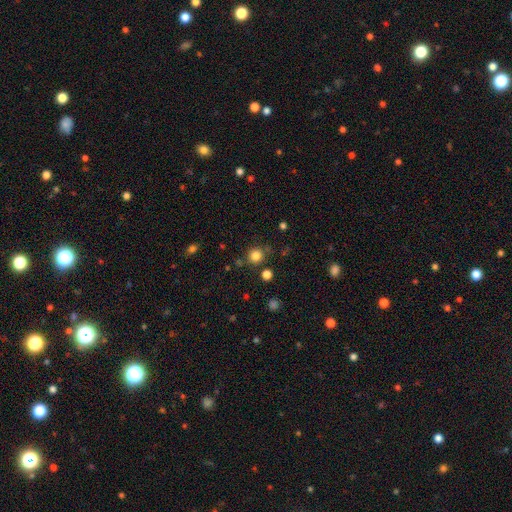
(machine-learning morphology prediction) Smooth or featured? smooth (82%)
How rounded? round (92%)
Merging? none (82%)